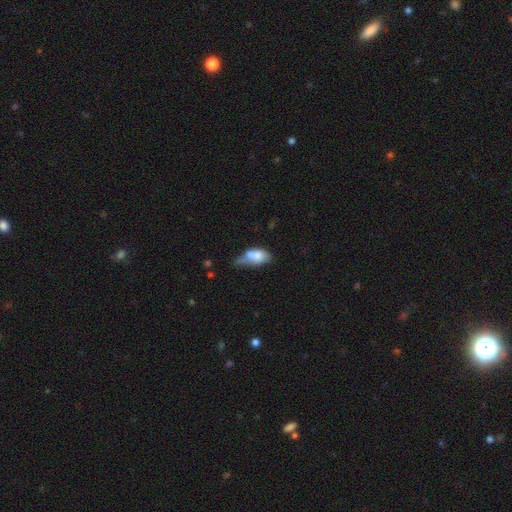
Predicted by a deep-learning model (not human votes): A smooth galaxy with no disk features (65%) that is in between round and cigar-shaped (87%). Merging: merger (32%).